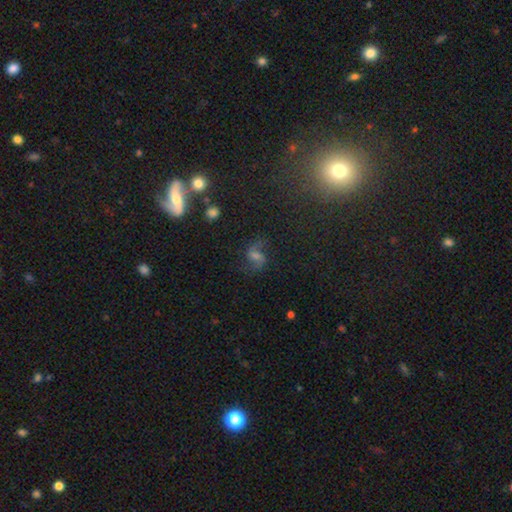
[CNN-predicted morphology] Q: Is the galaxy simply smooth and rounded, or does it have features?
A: featured or disk — 71%.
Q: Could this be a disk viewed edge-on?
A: no — 97%.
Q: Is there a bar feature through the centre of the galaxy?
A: weak — 50%.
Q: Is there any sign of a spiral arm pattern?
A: yes — 94%.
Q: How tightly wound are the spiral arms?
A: loose — 60%.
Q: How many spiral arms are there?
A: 2 — 91%.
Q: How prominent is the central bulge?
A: moderate — 34%.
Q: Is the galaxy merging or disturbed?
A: none — 72%.